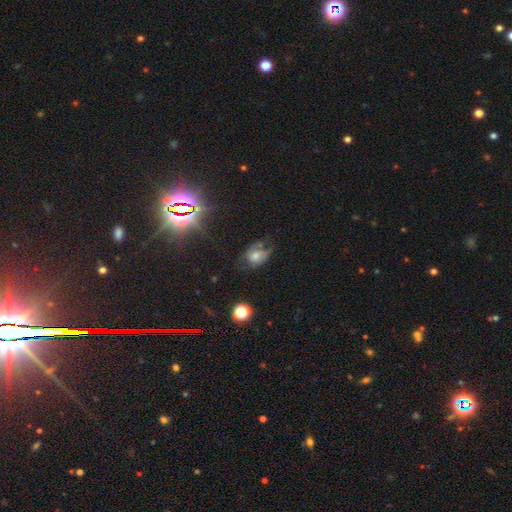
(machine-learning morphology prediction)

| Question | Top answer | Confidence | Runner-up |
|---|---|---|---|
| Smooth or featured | smooth | 48% | featured or disk (31%) |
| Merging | none | 37% | minor disturbance (30%) |